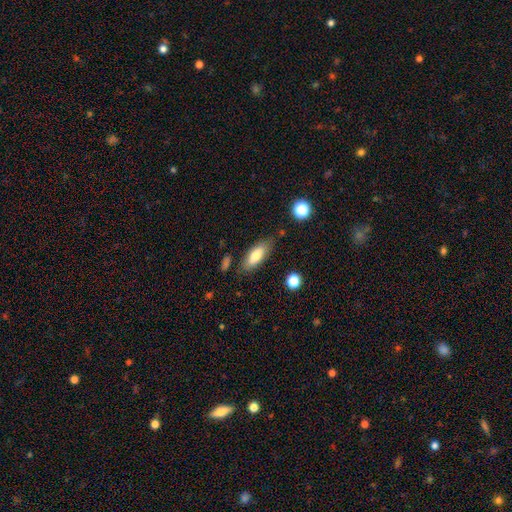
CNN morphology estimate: Smooth or featured: smooth — 72% (featured or disk — 21%)
How rounded: in between — 69% (cigar-shaped — 28%)
Merging: none — 78% (minor disturbance — 15%)